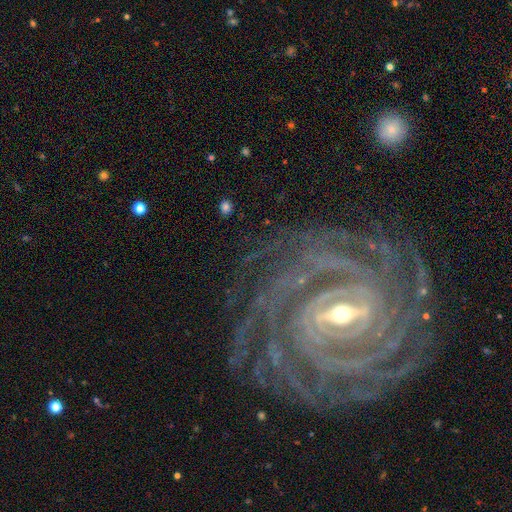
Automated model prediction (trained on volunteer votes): Q: Smooth or featured?
A: featured or disk (91%); runner-up: star or artifact (5%)
Q: Edge-on disk?
A: no (96%); runner-up: yes (4%)
Q: Bar?
A: strong (58%); runner-up: weak (31%)
Q: Spiral arms?
A: yes (98%); runner-up: no (2%)
Q: Spiral winding?
A: tight (87%); runner-up: medium (11%)
Q: Spiral arm count?
A: more than 4 (26%); runner-up: 4 (23%)
Q: Bulge size?
A: moderate (48%); runner-up: small (47%)
Q: Merging?
A: none (81%); runner-up: minor disturbance (12%)